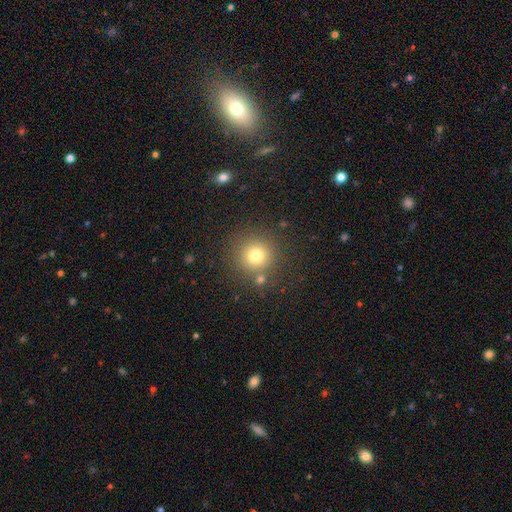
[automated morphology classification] smooth-or-featured: smooth: 75% | star or artifact: 16% | featured or disk: 10%
  how-rounded: round: 94% | in between: 5% | cigar-shaped: 1%
  merging: none: 80% | minor disturbance: 8% | merger: 8% | major disturbance: 4%